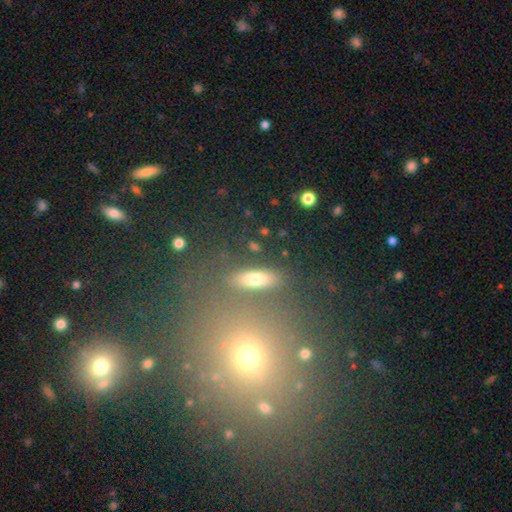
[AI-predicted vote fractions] A star or artifact, not a galaxy (43%).